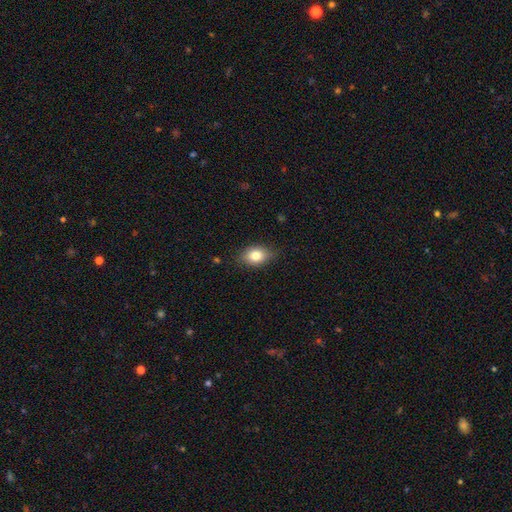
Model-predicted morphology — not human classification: Smooth or featured? Predicted: smooth (p=0.80). How rounded? Predicted: in between (p=0.73). Merging? Predicted: none (p=0.80).